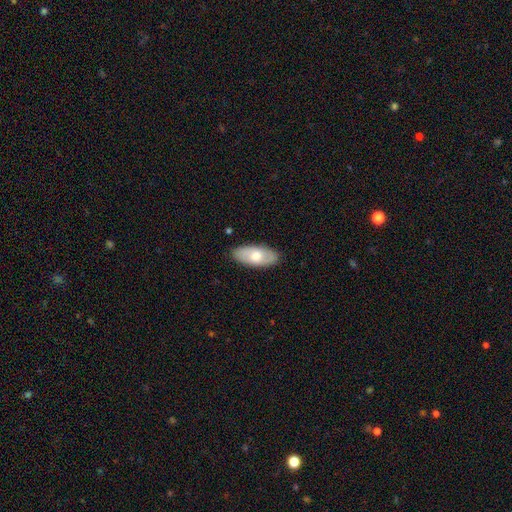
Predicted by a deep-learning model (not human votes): Overall: smooth (67%; featured or disk 28%). How rounded: in between (91%). Merging: none (87%).